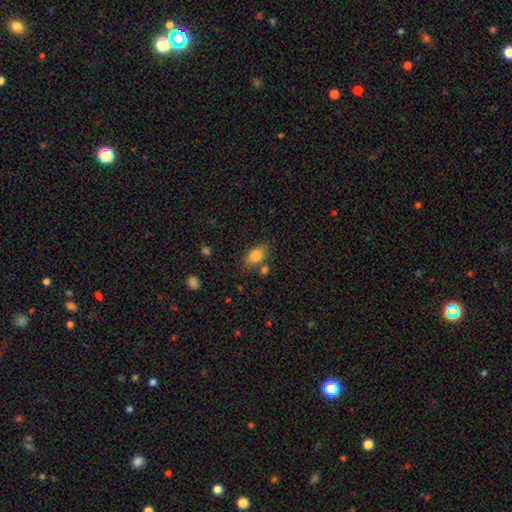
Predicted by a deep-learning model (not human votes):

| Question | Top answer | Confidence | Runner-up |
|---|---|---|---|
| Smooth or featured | smooth | 85% | star or artifact (8%) |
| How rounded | in between | 88% | round (9%) |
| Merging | none | 68% | minor disturbance (17%) |